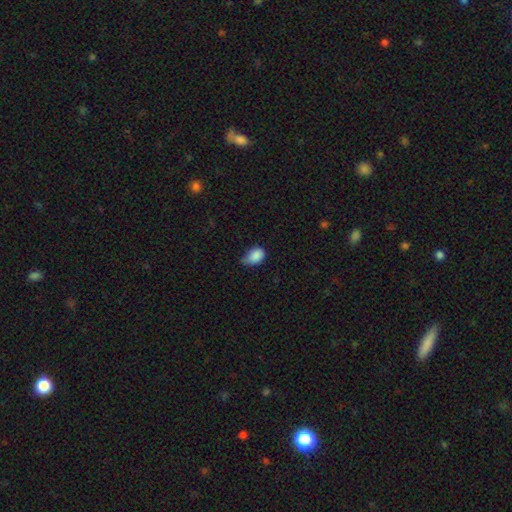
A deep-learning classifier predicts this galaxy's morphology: Smooth or featured? Predicted: smooth (p=0.86). How rounded? Predicted: in between (p=0.76). Merging? Predicted: minor disturbance (p=0.52).